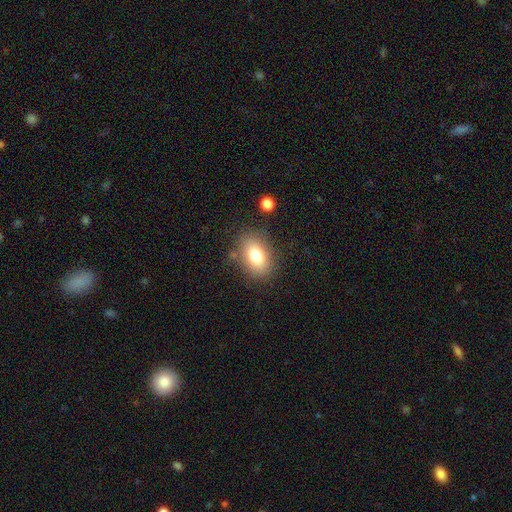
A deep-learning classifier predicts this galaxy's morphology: Q: Smooth or featured?
A: smooth (79%); runner-up: featured or disk (12%)
Q: How rounded?
A: in between (83%); runner-up: round (16%)
Q: Merging?
A: none (80%); runner-up: minor disturbance (13%)